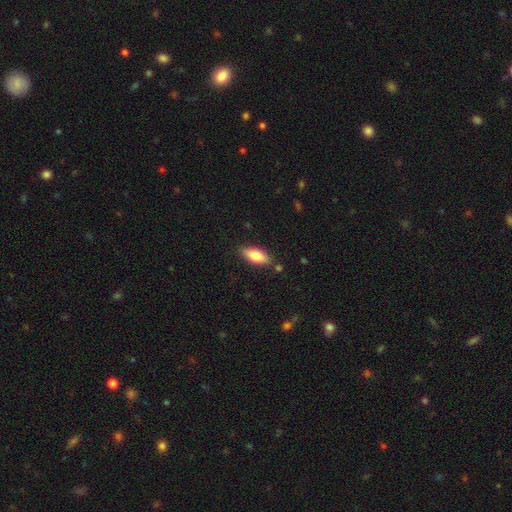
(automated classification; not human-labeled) Smooth or featured? smooth (78%)
How rounded? in between (78%)
Merging? none (83%)